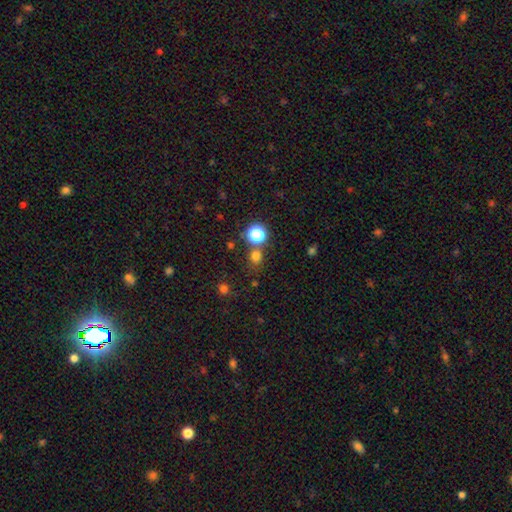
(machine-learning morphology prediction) This appears to be a smooth galaxy with no disk features (69%) that is round (85%). Merging: none (73%).